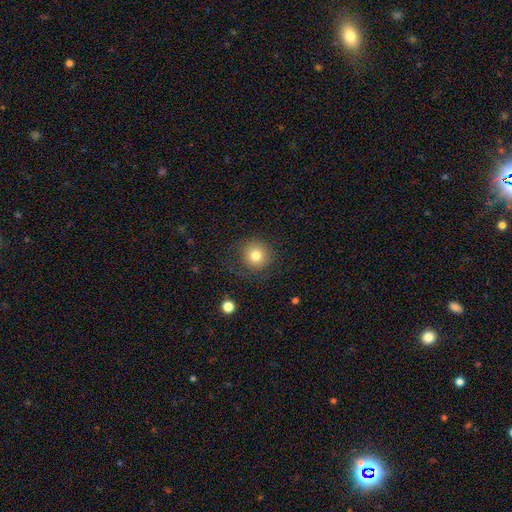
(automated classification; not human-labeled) This is likely a smooth galaxy (79%). How rounded: clearly round (92%). Merging: likely none (78%).